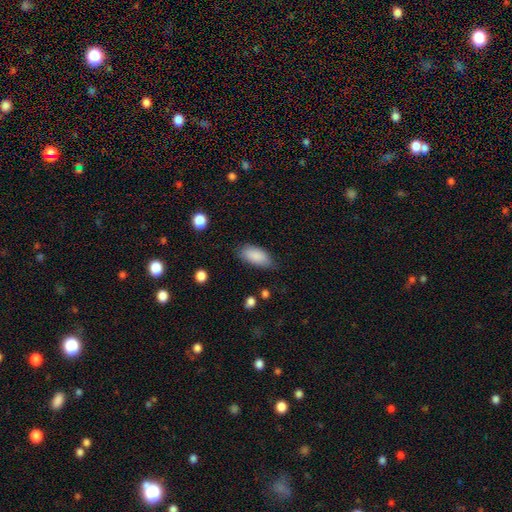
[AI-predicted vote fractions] Smooth or featured? Predicted: smooth (p=0.88). How rounded? Predicted: in between (p=0.90). Merging? Predicted: none (p=0.77).